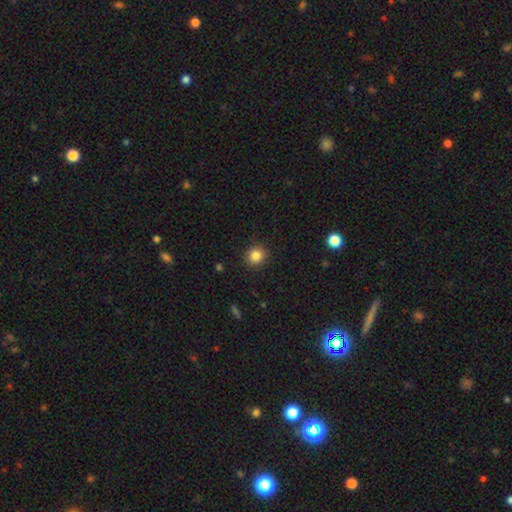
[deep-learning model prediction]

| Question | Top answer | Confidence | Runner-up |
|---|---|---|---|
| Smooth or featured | smooth | 84% | star or artifact (11%) |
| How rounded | round | 87% | in between (13%) |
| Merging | none | 91% | minor disturbance (6%) |